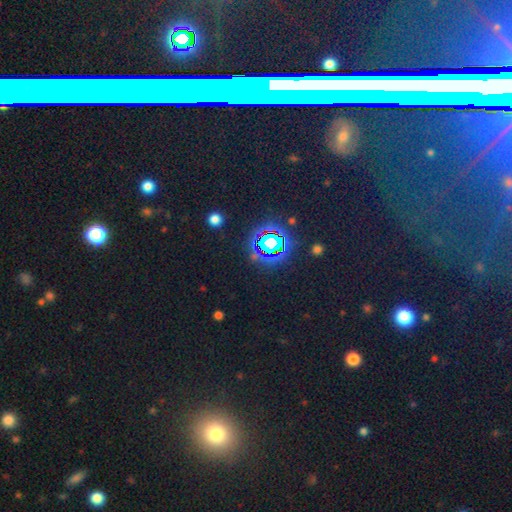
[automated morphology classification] type=star or artifact (74%).